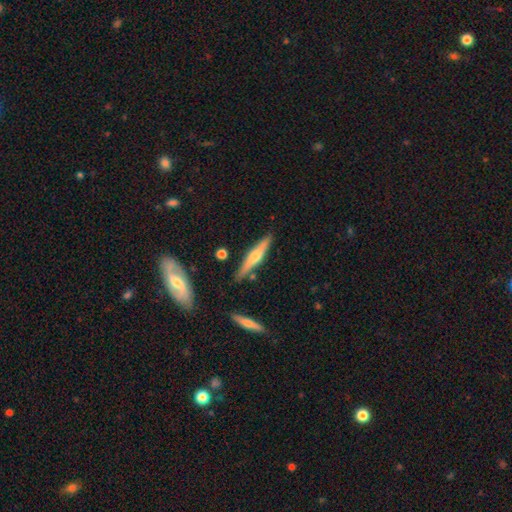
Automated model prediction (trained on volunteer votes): This appears to be a featured or disk galaxy (60%) viewed edge-on (96%) with a rounded central bulge (85%). Merging: none (85%).